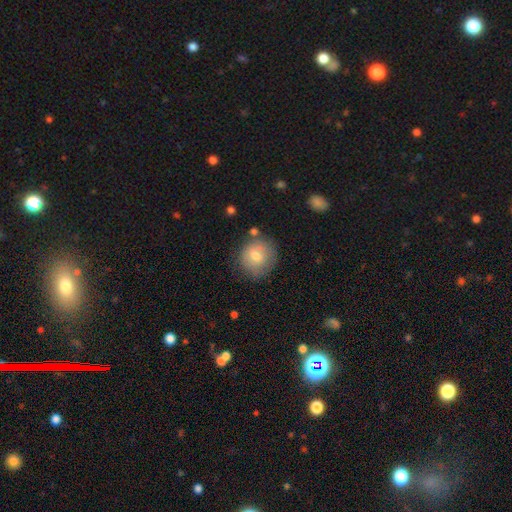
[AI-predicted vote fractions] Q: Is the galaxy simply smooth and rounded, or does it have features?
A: smooth — 70%.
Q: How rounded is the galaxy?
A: round — 87%.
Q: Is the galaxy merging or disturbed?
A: none — 74%.